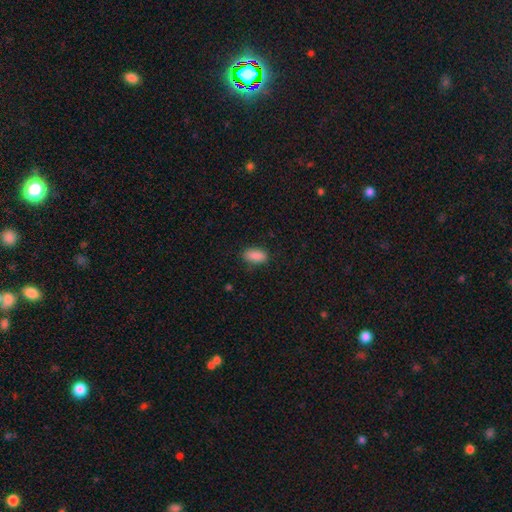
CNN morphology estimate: Smooth or featured: smooth — 89% (star or artifact — 8%)
How rounded: in between — 91% (cigar-shaped — 5%)
Merging: none — 84% (minor disturbance — 12%)